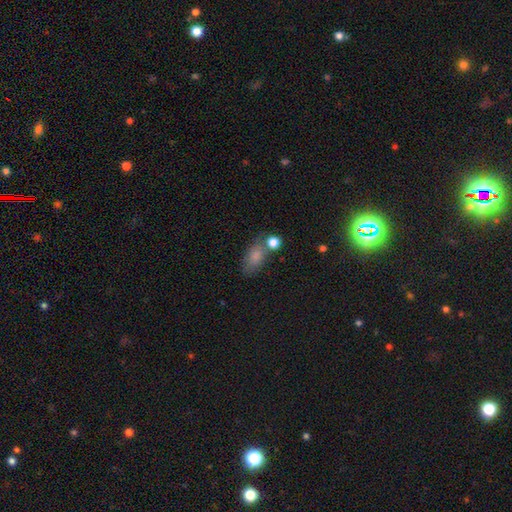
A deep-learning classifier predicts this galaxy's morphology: This appears to be a smooth galaxy with no disk features (81%) that is in between round and cigar-shaped (84%). Merging: none (51%).